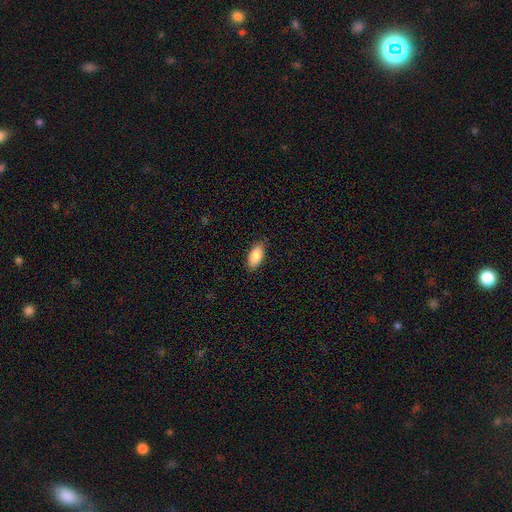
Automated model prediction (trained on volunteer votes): smooth-or-featured: smooth: 85% | featured or disk: 8% | star or artifact: 6%
  how-rounded: in between: 89% | cigar-shaped: 9% | round: 2%
  merging: none: 87% | minor disturbance: 10% | major disturbance: 2% | merger: 1%